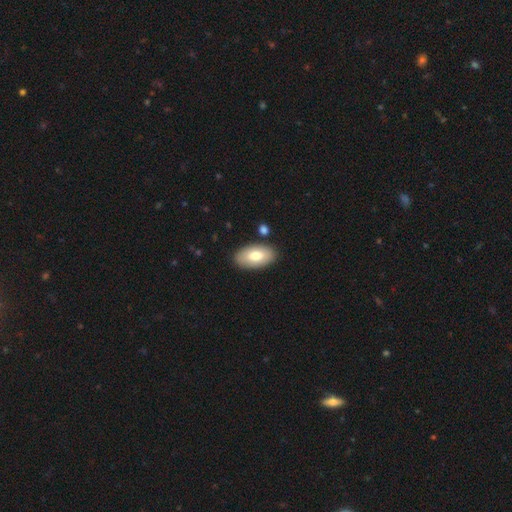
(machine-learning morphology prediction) This is likely a smooth galaxy (74%). How rounded: clearly in between (95%). Merging: clearly none (85%).